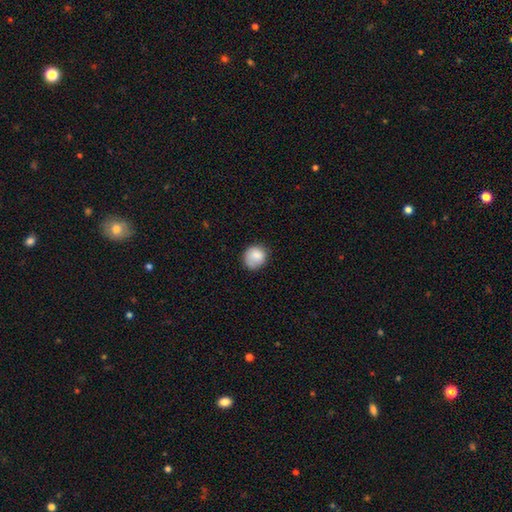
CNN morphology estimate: This is clearly a smooth galaxy (85%). How rounded: clearly round (81%). Merging: likely none (69%).